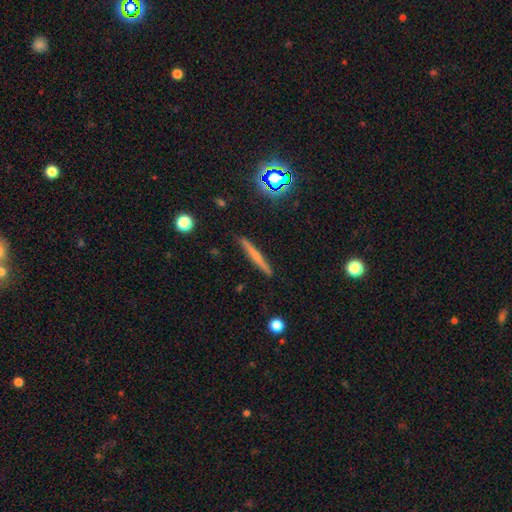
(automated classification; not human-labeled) smooth_or_featured: featured or disk (p=0.45) [tied with: smooth p=0.45]
merging: none (p=0.91) [alt: minor disturbance p=0.06]